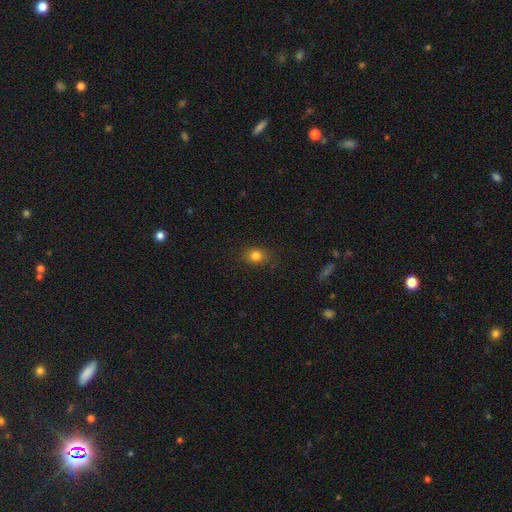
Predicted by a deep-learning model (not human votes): smooth_or_featured: smooth (p=0.81) [alt: star or artifact p=0.13]
how_rounded: round (p=0.61) [alt: in between p=0.38]
merging: none (p=0.85) [alt: minor disturbance p=0.11]